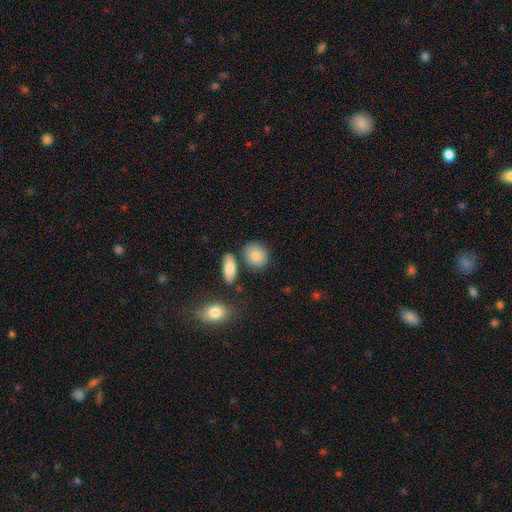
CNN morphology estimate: Smooth or featured?
  - smooth: 85% *
  - featured or disk: 8%
  - star or artifact: 7%
How rounded?
  - round: 49% * (tied)
  - in between: 49% * (tied)
  - cigar-shaped: 2%
Merging?
  - none: 75% *
  - minor disturbance: 13%
  - merger: 9%
  - major disturbance: 3%